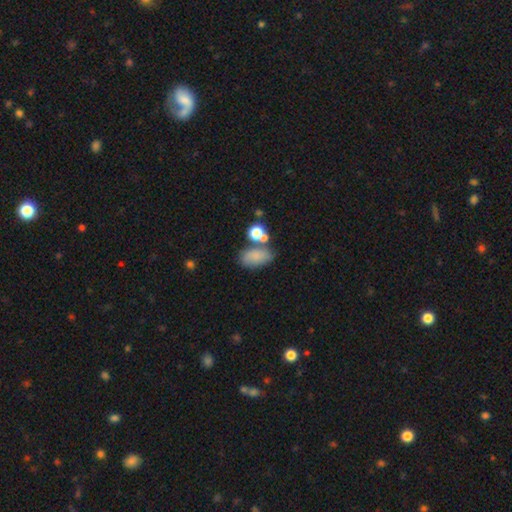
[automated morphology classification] A smooth galaxy with no disk features (76%) that is in between round and cigar-shaped (85%).

Vote fractions:
- Smooth or featured? smooth: 76% / featured or disk: 13% / star or artifact: 12%
- How rounded? in between: 85% / round: 12% / cigar-shaped: 3%
- Merging? none: 50% / merger: 24% / minor disturbance: 17% / major disturbance: 9%